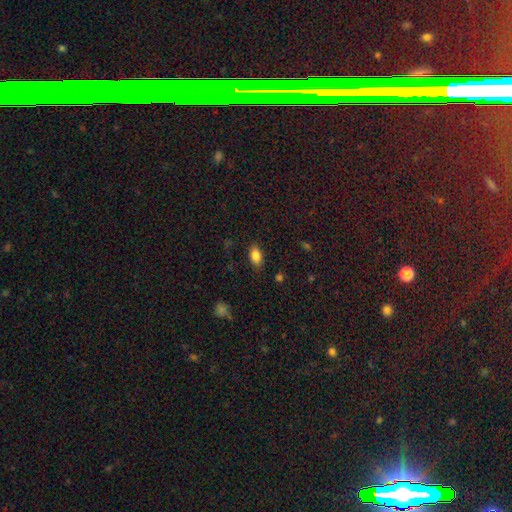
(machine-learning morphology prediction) Q: Smooth or featured?
A: smooth (84%); runner-up: star or artifact (9%)
Q: How rounded?
A: in between (88%); runner-up: round (9%)
Q: Merging?
A: none (84%); runner-up: minor disturbance (11%)